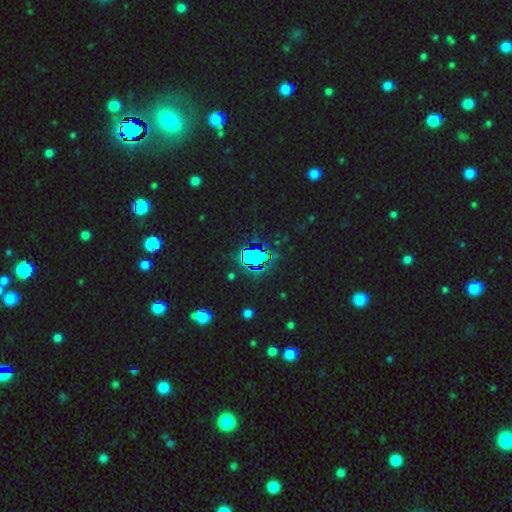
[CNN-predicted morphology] Smooth or featured: star or artifact — 73% (smooth — 17%)